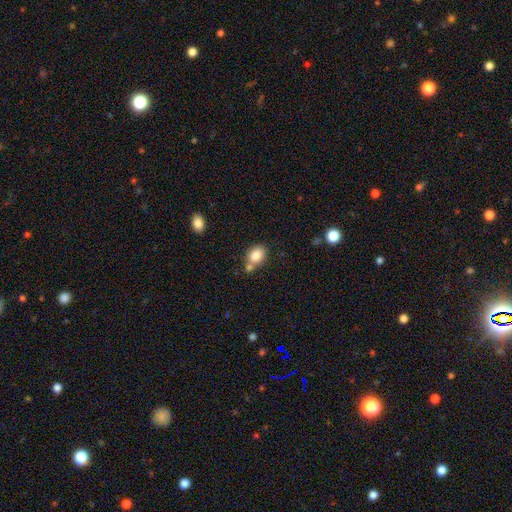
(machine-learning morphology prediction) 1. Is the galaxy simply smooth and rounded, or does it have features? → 83% smooth, 9% star or artifact, 8% featured or disk.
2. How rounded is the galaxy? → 61% in between, 38% round, 1% cigar-shaped.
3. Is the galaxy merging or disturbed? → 52% none, 30% merger, 14% minor disturbance, 4% major disturbance.